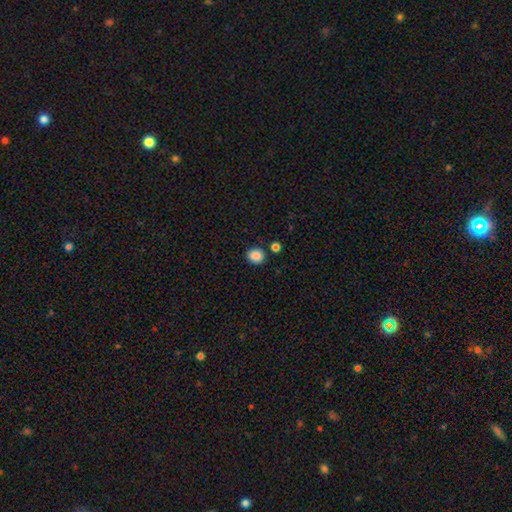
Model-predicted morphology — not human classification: Smooth or featured? smooth (87%)
How rounded? round (80%)
Merging? none (85%)